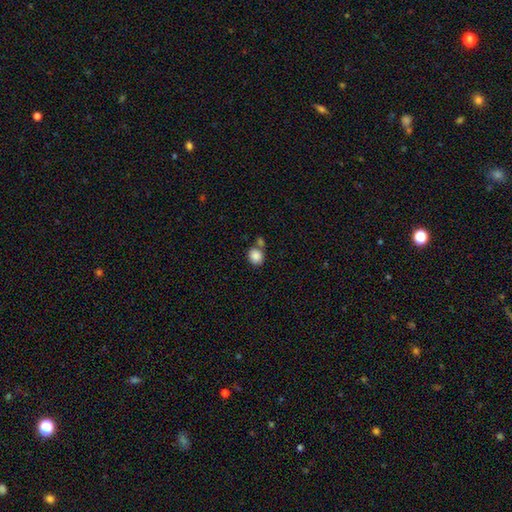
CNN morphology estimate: Smooth or featured?
  - smooth: 87% *
  - star or artifact: 9%
  - featured or disk: 4%
How rounded?
  - round: 73% *
  - in between: 26%
  - cigar-shaped: 1%
Merging?
  - none: 59% *
  - merger: 26%
  - minor disturbance: 11%
  - major disturbance: 4%